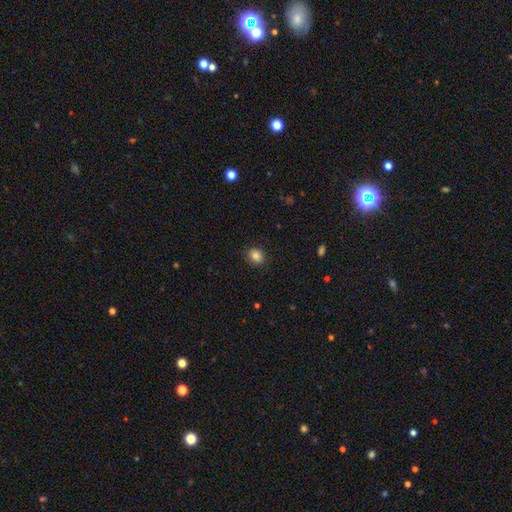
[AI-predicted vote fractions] Smooth or featured: smooth — 83% (star or artifact — 10%)
How rounded: round — 66% (in between — 33%)
Merging: none — 89% (minor disturbance — 8%)